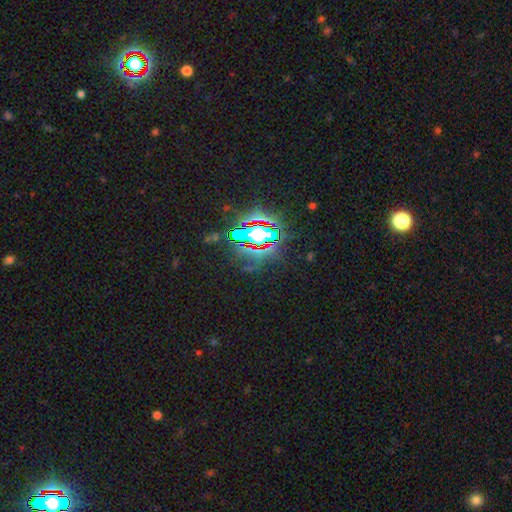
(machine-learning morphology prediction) star or artifact 83%, smooth 9%, featured or disk 8%.